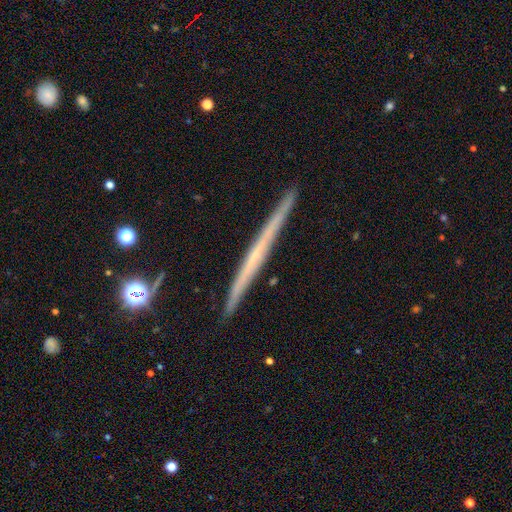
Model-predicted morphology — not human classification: This appears to be a featured or disk galaxy (65%) viewed edge-on (98%) with no central bulge (83%). Merging: none (91%).